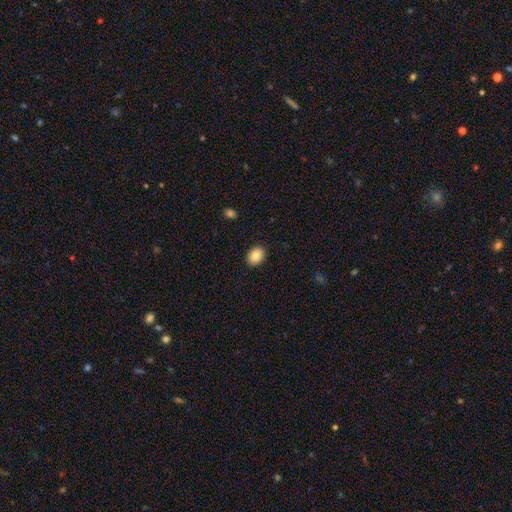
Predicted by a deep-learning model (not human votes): Morphology: type=smooth (86%); roundness=in between (64%); merging=none (89%).